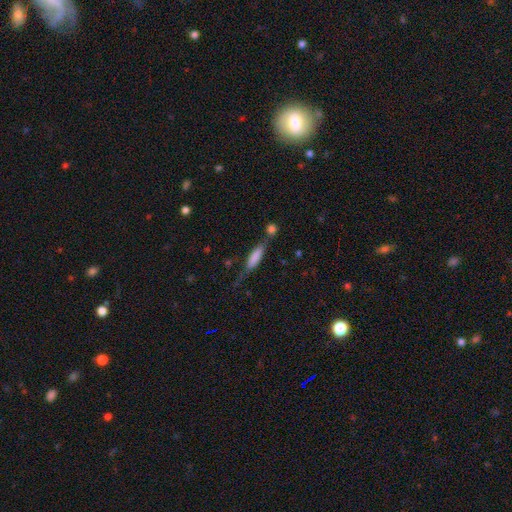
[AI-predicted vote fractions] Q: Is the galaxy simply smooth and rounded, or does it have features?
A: smooth — 72%.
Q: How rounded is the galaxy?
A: cigar-shaped — 65%.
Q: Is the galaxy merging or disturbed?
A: none — 51%.